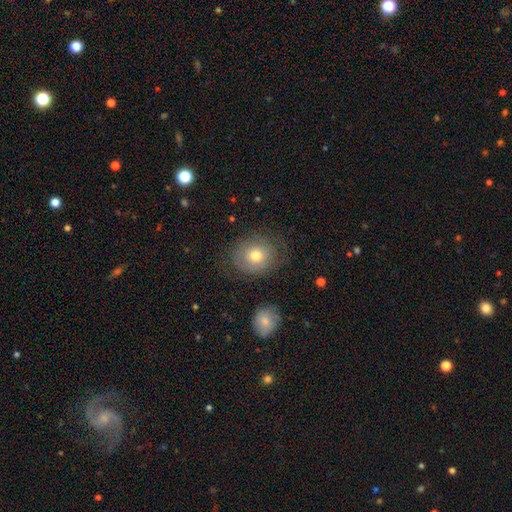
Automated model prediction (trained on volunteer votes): A smooth galaxy with no disk features (58%) that is round (66%).

Vote fractions:
- Smooth or featured? smooth: 58% / featured or disk: 32% / star or artifact: 9%
- How rounded? round: 66% / in between: 33% / cigar-shaped: 1%
- Merging? none: 70% / minor disturbance: 18% / major disturbance: 10% / merger: 2%